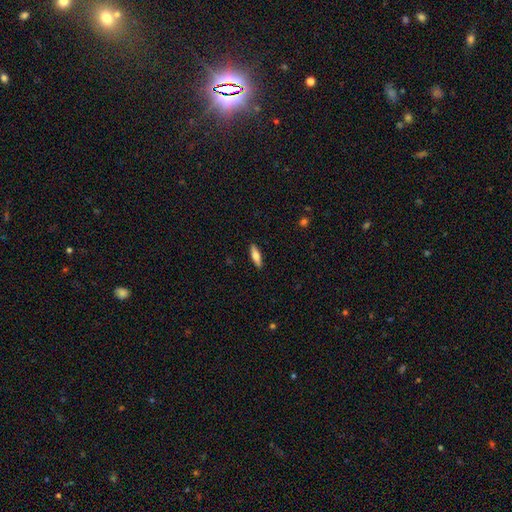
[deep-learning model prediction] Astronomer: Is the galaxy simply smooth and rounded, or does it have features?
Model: smooth — 71%.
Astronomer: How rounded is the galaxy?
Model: cigar-shaped — 52% (runner-up: in between, 46%).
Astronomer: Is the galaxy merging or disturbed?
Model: none — 90%.